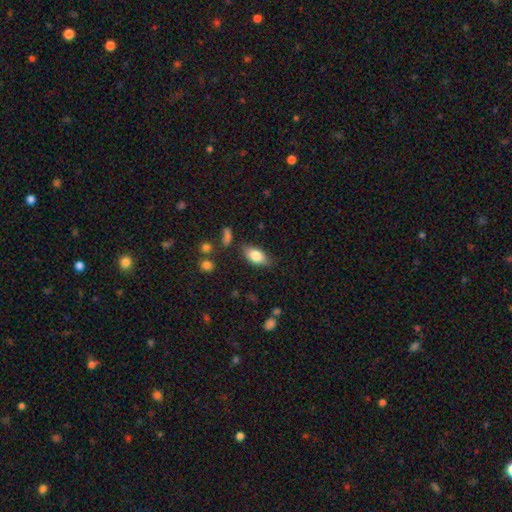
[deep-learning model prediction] This appears to be a smooth galaxy with no disk features (80%) that is in between round and cigar-shaped (88%). Merging: none (79%).